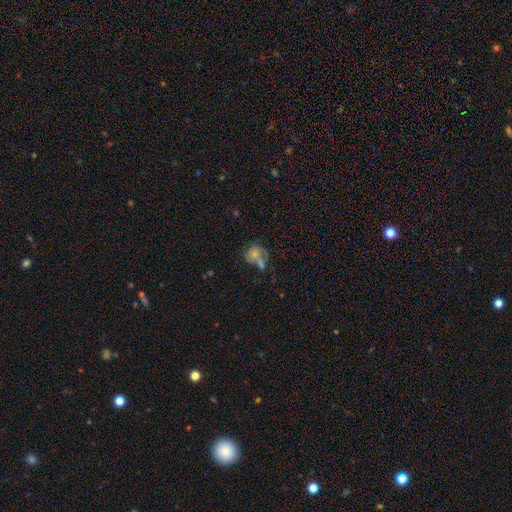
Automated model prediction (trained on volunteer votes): Smooth or featured? smooth (51%)
How rounded? round (62%)
Merging? none (33%)